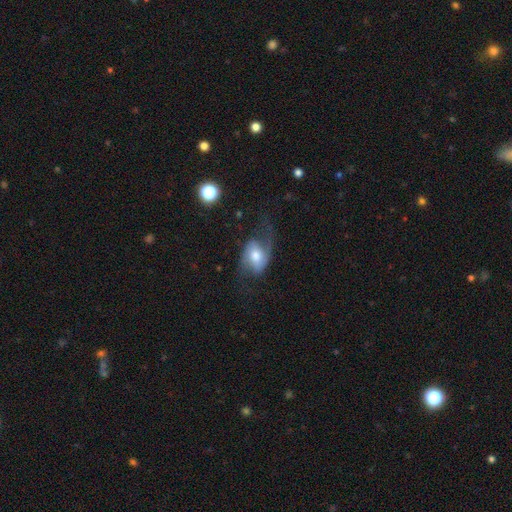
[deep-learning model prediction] Smooth or featured? Predicted: featured or disk (p=0.67). Edge-on disk? Predicted: no (p=0.96). Bar? Predicted: no (p=0.50). Spiral arms? Predicted: yes (p=0.90). Spiral winding? Predicted: loose (p=0.66). Spiral arm count? Predicted: 2 (p=0.81). Bulge size? Predicted: moderate (p=0.62). Merging? Predicted: none (p=0.50).